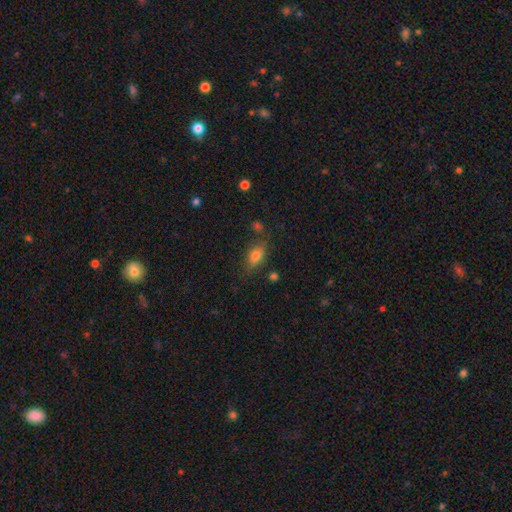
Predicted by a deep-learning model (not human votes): Overall: smooth (79%). How rounded: in between (84%). Merging: none (72%).